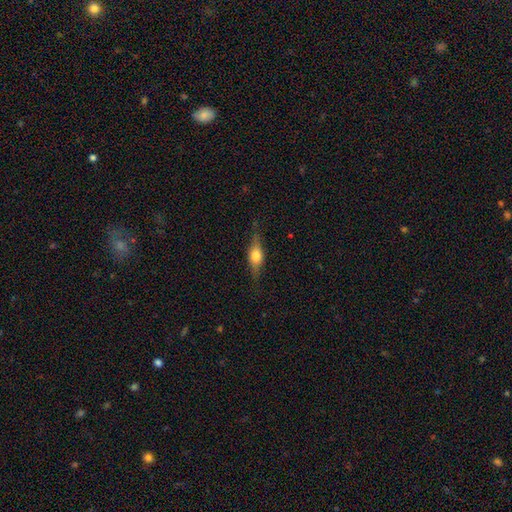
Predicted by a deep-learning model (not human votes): Q: Smooth or featured?
A: featured or disk (48%); runner-up: smooth (45%)
Q: Merging?
A: none (80%); runner-up: minor disturbance (16%)